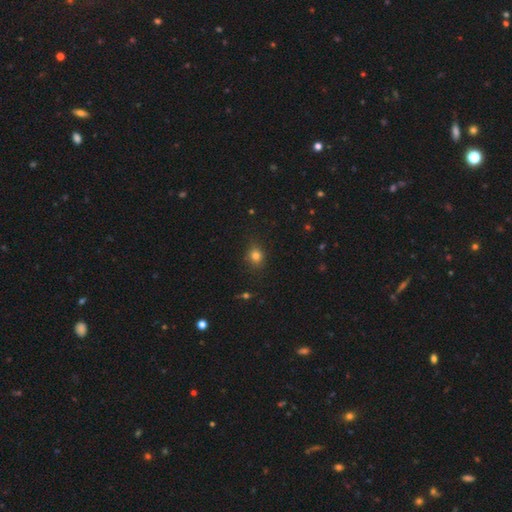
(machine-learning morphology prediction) Smooth or featured? Predicted: smooth (p=0.79). How rounded? Predicted: round (p=0.68). Merging? Predicted: none (p=0.81).